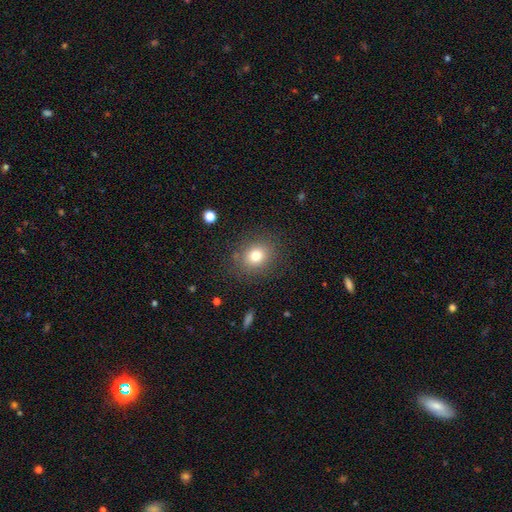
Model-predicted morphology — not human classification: Q: Smooth or featured?
A: smooth (78%); runner-up: star or artifact (12%)
Q: How rounded?
A: round (68%); runner-up: in between (31%)
Q: Merging?
A: none (83%); runner-up: minor disturbance (10%)